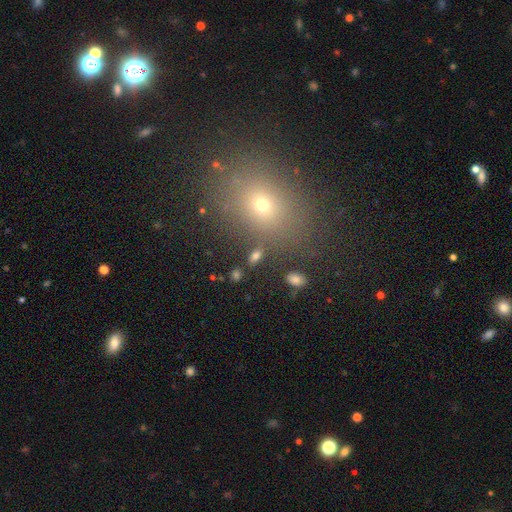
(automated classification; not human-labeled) This is likely a smooth galaxy (63%). How rounded: likely in between (72%). Merging: likely none (78%).